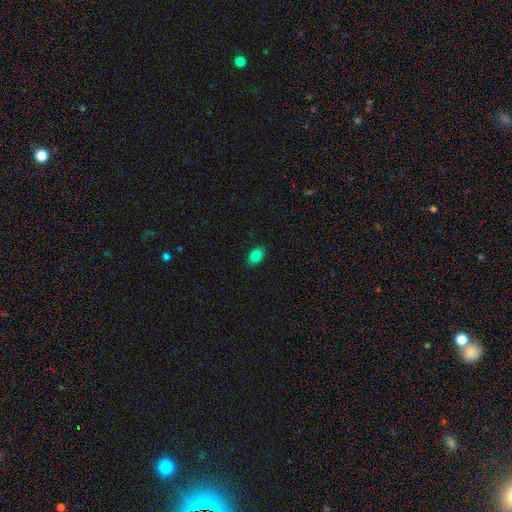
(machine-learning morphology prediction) Smooth or featured? Predicted: smooth (p=0.84). How rounded? Predicted: in between (p=0.82). Merging? Predicted: none (p=0.87).